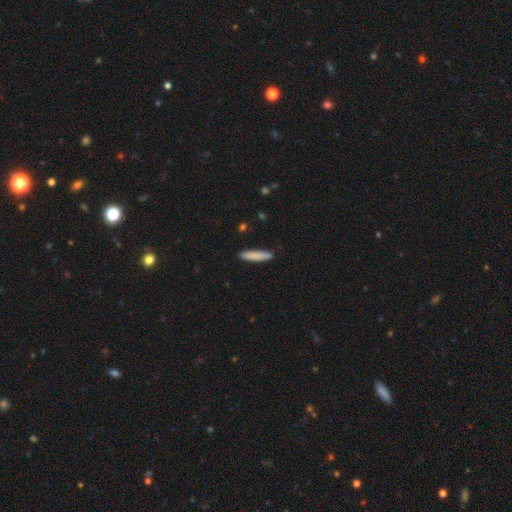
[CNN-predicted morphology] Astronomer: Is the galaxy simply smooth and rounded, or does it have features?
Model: smooth — 85%.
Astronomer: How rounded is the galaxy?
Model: cigar-shaped — 82%.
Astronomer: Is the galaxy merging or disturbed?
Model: none — 86%.